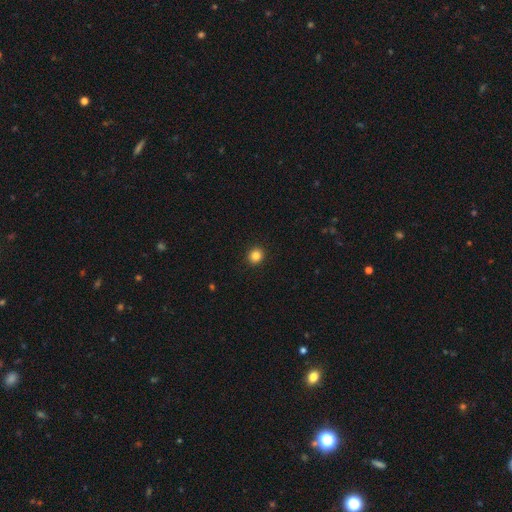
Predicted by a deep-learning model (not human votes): This appears to be a smooth galaxy with no disk features (84%) that is round (89%). Merging: none (93%).